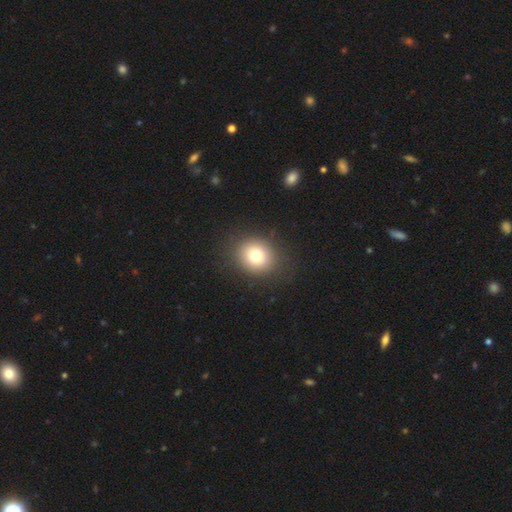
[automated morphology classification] This is likely a smooth galaxy (77%). How rounded: likely round (74%). Merging: clearly none (87%).